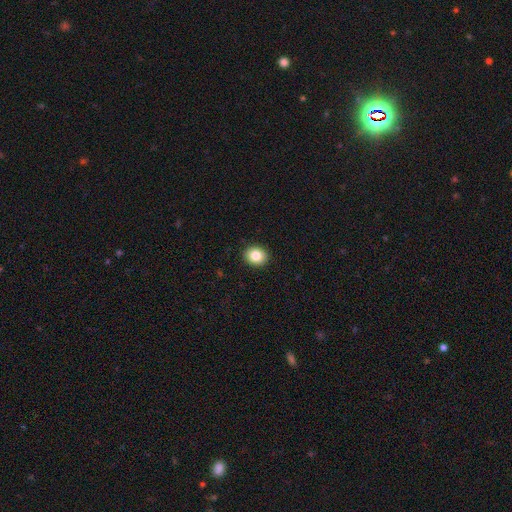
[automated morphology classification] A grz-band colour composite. It shows a smooth galaxy with no disk features (84%) that is round (68%). Merging: none (92%).